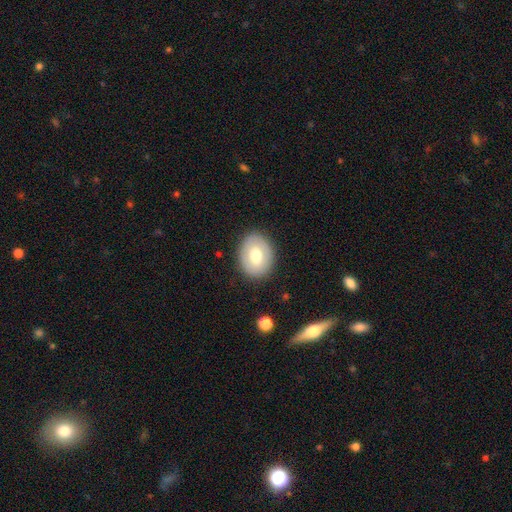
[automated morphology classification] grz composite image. It shows a smooth galaxy with no disk features (65%) that is in between round and cigar-shaped (60%). Merging: none (86%).